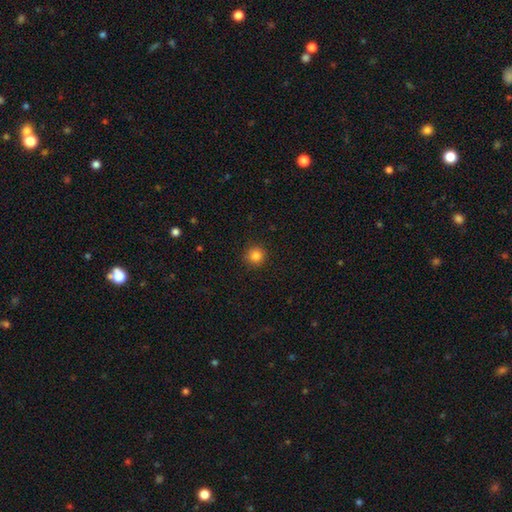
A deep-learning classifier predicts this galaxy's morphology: Smooth or featured: smooth — 84% (star or artifact — 11%)
How rounded: round — 94% (in between — 5%)
Merging: none — 90% (minor disturbance — 6%)